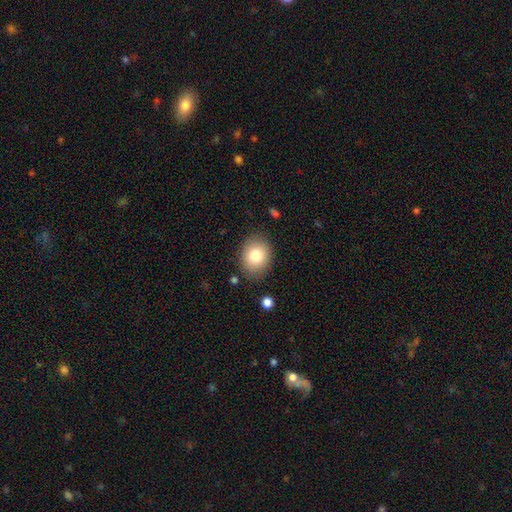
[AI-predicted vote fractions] smooth_or_featured: smooth (p=0.82) [alt: featured or disk p=0.10]
how_rounded: in between (p=0.50) [alt: round p=0.49]
merging: none (p=0.85) [alt: minor disturbance p=0.10]